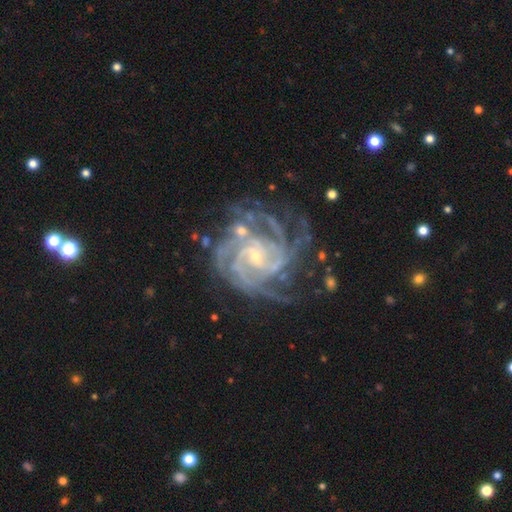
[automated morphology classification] Smooth or featured? featured or disk (91%)
Edge-on disk? no (98%)
Bar? no (46%)
Spiral arms? yes (98%)
Spiral winding? tight (66%)
Spiral arm count? 4 (30%)
Bulge size? small (73%)
Merging? none (59%)